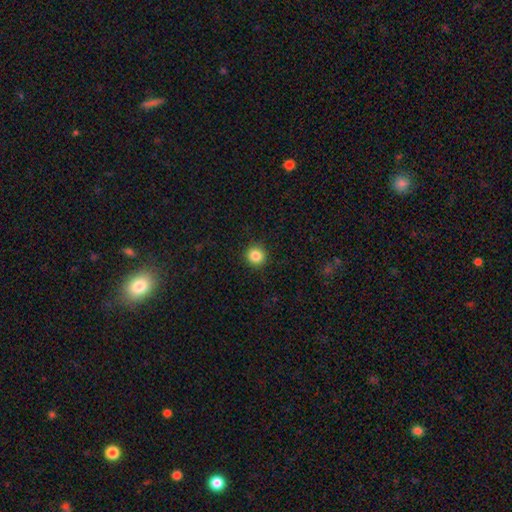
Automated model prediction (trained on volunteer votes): A smooth galaxy with no disk features (86%) that is round (94%).

Vote fractions:
- Smooth or featured? smooth: 86% / star or artifact: 10% / featured or disk: 4%
- How rounded? round: 94% / in between: 5% / cigar-shaped: 1%
- Merging? none: 92% / minor disturbance: 5% / major disturbance: 2% / merger: 1%